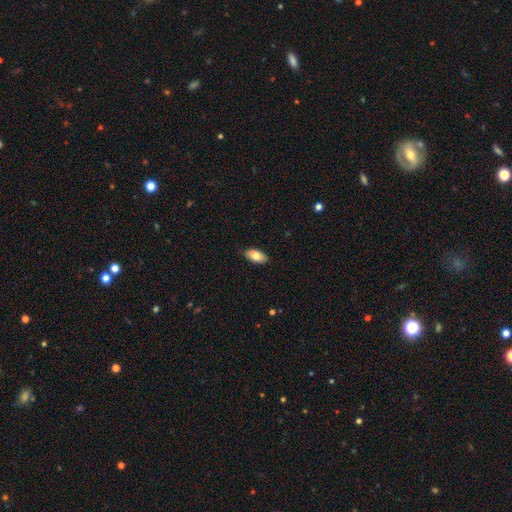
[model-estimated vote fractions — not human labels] This is clearly a smooth galaxy (81%). How rounded: clearly in between (93%). Merging: clearly none (86%).